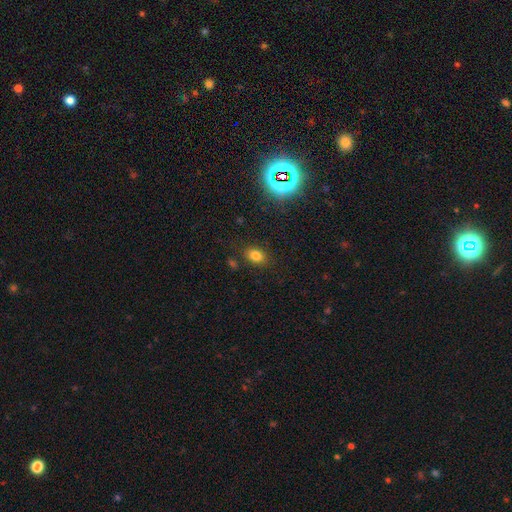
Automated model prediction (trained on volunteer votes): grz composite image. It shows a smooth galaxy with no disk features (78%) that is in between round and cigar-shaped (75%). Merging: none (84%).